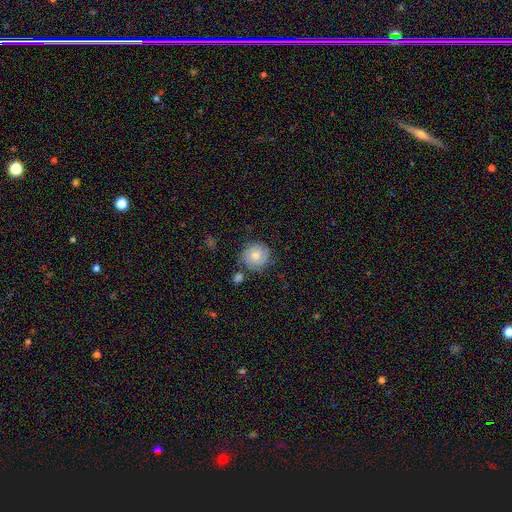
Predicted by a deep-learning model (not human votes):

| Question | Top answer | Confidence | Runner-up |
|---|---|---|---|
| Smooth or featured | smooth | 61% | featured or disk (30%) |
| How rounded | round | 92% | in between (7%) |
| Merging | none | 72% | minor disturbance (16%) |